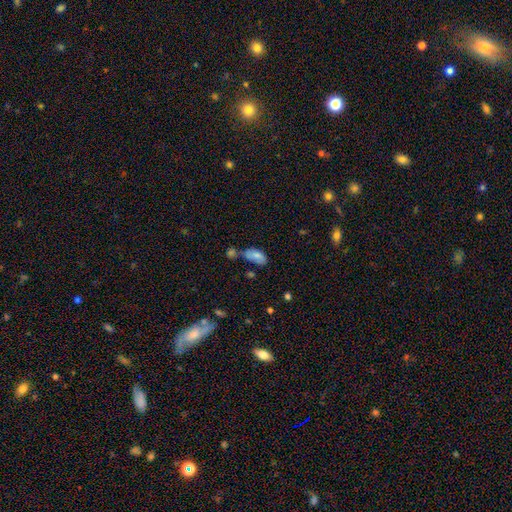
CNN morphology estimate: Smooth or featured?
  - smooth: 77% *
  - featured or disk: 15%
  - star or artifact: 8%
How rounded?
  - in between: 92% *
  - cigar-shaped: 5%
  - round: 3%
Merging?
  - none: 38% *
  - merger: 28%
  - minor disturbance: 24%
  - major disturbance: 9%